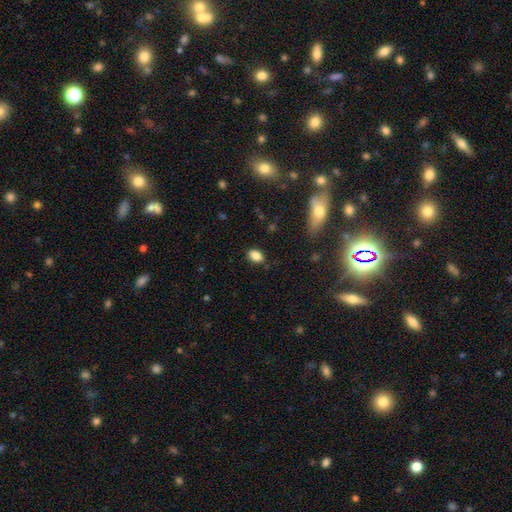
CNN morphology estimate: Smooth or featured? Predicted: smooth (p=0.86). How rounded? Predicted: in between (p=0.84). Merging? Predicted: none (p=0.83).